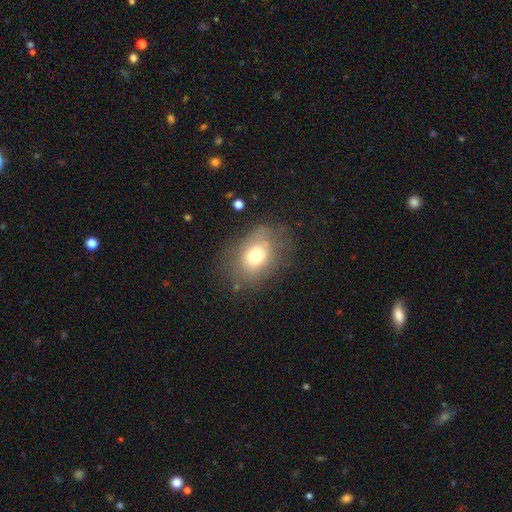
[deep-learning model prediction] This is likely a smooth galaxy (71%). How rounded: likely in between (66%). Merging: likely none (67%).